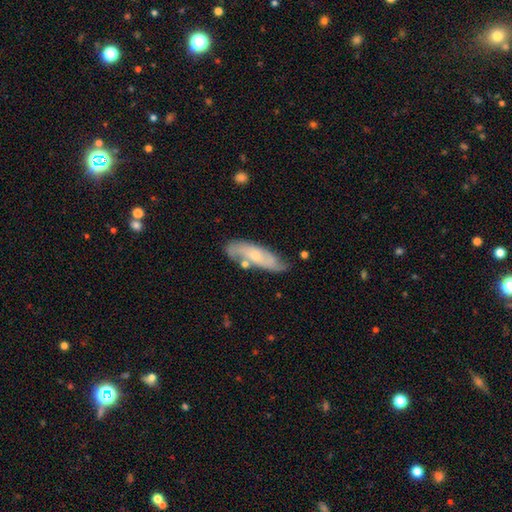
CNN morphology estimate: A featured or disk galaxy (52%). Merging: none (62%).